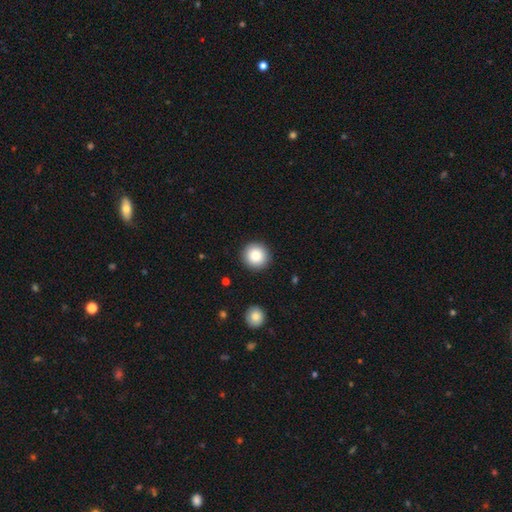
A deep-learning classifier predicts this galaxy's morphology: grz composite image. It shows a smooth galaxy with no disk features (86%) that is round (95%). Merging: none (92%).